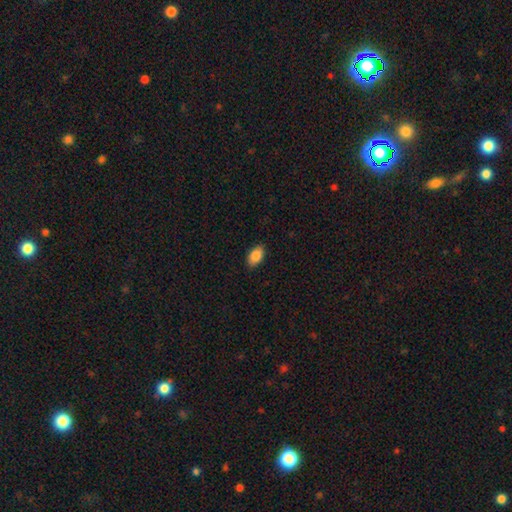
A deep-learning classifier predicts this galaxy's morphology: Q: Smooth or featured?
A: smooth (87%); runner-up: star or artifact (7%)
Q: How rounded?
A: in between (92%); runner-up: round (6%)
Q: Merging?
A: none (88%); runner-up: minor disturbance (9%)